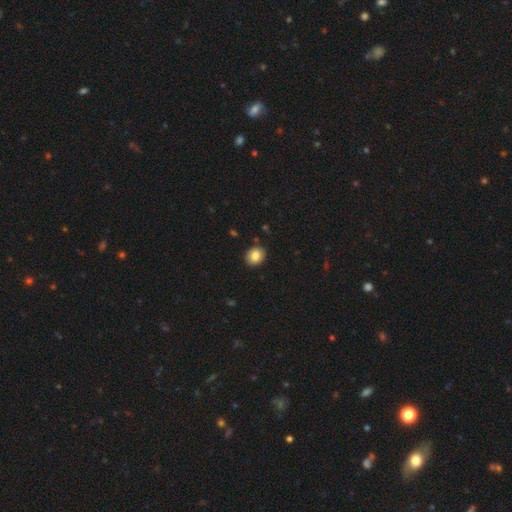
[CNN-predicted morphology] Overall: smooth (85%). How rounded: round (72%). Merging: none (89%).